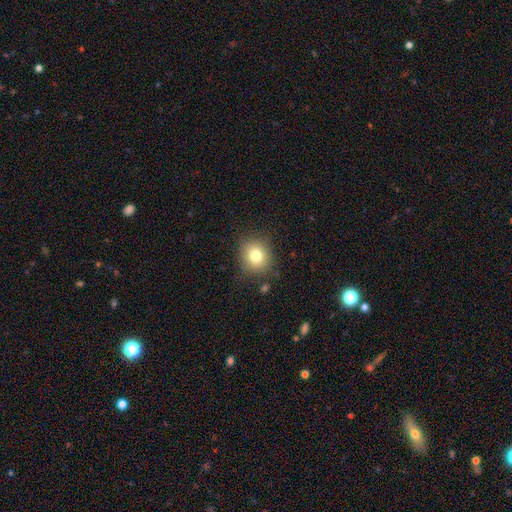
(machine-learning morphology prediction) A smooth galaxy with no disk features (78%) that is round (83%). Merging: none (84%).